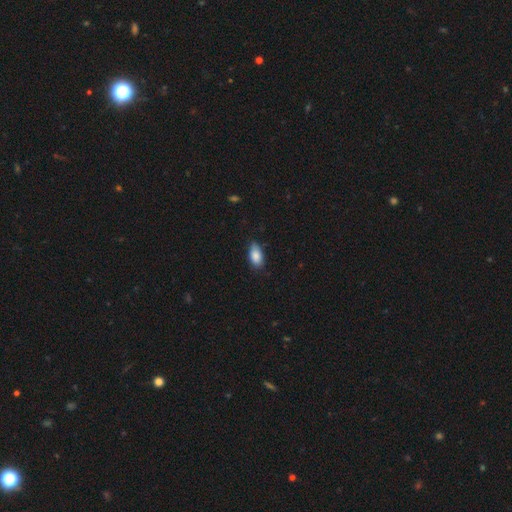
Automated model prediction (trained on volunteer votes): This is clearly a smooth galaxy (86%). How rounded: clearly in between (92%). Merging: likely none (77%).